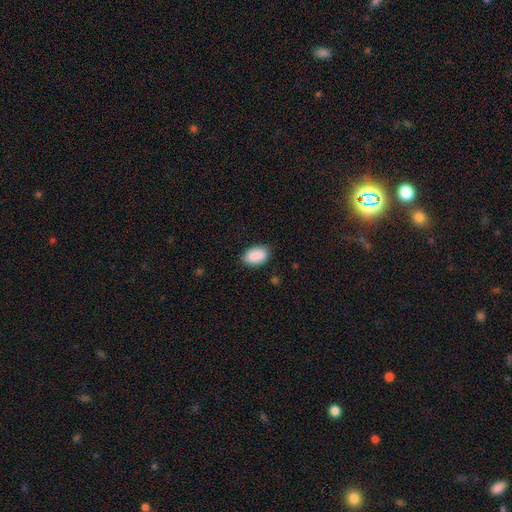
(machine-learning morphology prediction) A smooth galaxy with no disk features (89%) that is in between round and cigar-shaped (91%).

Vote fractions:
- Smooth or featured? smooth: 89% / star or artifact: 6% / featured or disk: 5%
- How rounded? in between: 91% / round: 8% / cigar-shaped: 1%
- Merging? none: 84% / minor disturbance: 12% / major disturbance: 3% / merger: 1%